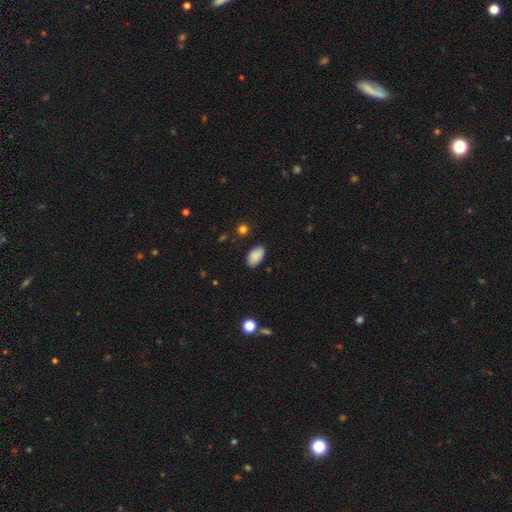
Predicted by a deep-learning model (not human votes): smooth_or_featured: smooth (p=0.88) [alt: star or artifact p=0.07]
how_rounded: in between (p=0.94) [alt: round p=0.05]
merging: none (p=0.85) [alt: minor disturbance p=0.11]